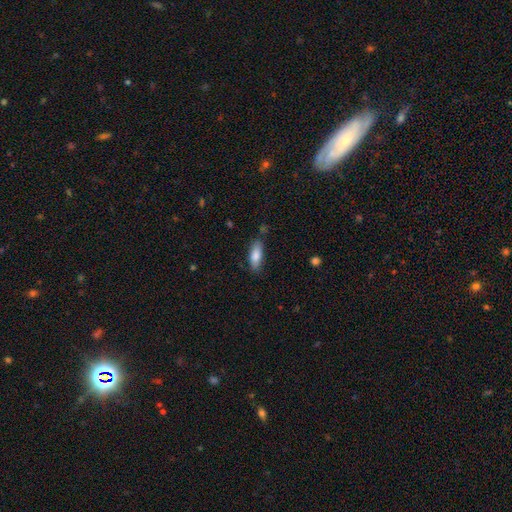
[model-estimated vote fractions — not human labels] Overall: smooth (84%). How rounded: in between (71%). Merging: none (76%).